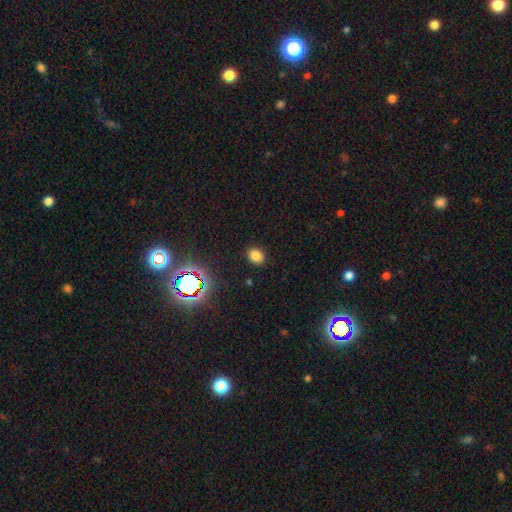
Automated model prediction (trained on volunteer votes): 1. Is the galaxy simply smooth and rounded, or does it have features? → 79% smooth, 16% star or artifact, 5% featured or disk.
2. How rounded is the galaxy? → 52% round, 47% in between, 1% cigar-shaped.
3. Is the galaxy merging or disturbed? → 89% none, 8% minor disturbance, 2% major disturbance, 1% merger.